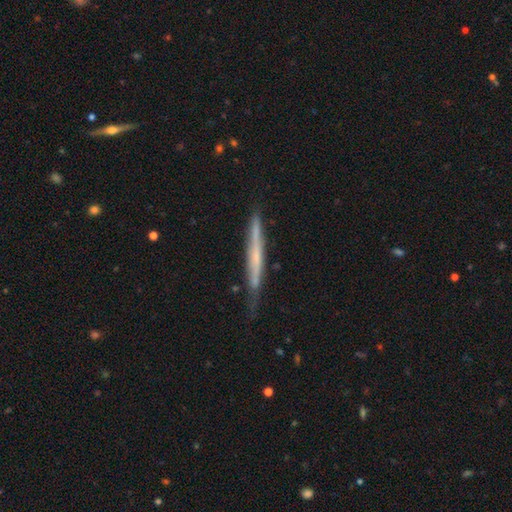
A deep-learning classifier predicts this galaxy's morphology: Smooth or featured?
  - featured or disk: 55% *
  - smooth: 39%
  - star or artifact: 6%
Edge-on disk?
  - yes: 94% *
  - no: 6%
Edge-on bulge?
  - none: 76% *
  - rounded: 17%
  - boxy: 6%
Merging?
  - none: 71% *
  - minor disturbance: 23%
  - major disturbance: 4%
  - merger: 2%